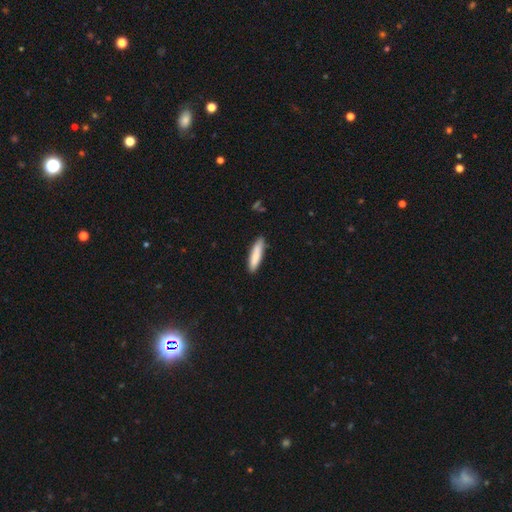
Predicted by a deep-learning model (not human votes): smooth_or_featured: smooth (p=0.83) [alt: featured or disk p=0.11]
how_rounded: cigar-shaped (p=0.79) [alt: in between p=0.20]
merging: none (p=0.87) [alt: minor disturbance p=0.10]